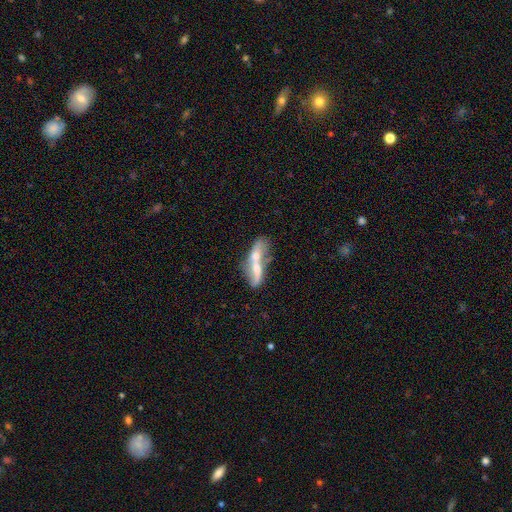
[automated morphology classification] A featured or disk galaxy (55%).

Vote fractions:
- Smooth or featured? featured or disk: 55% / smooth: 38% / star or artifact: 8%
- Edge-on disk? no: 73% / yes: 27%
- Merging? merger: 55% / none: 21% / major disturbance: 13% / minor disturbance: 11%